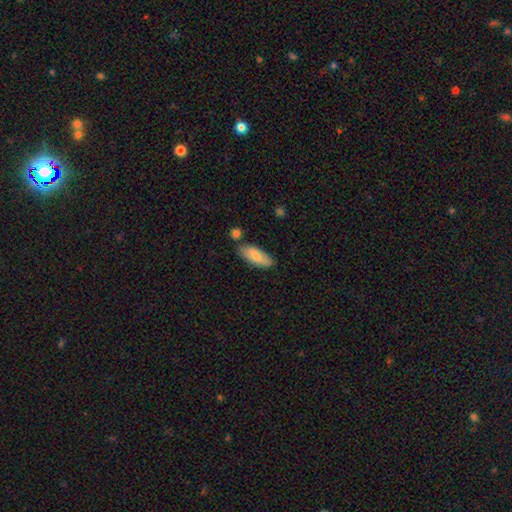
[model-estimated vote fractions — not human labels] smooth_or_featured: smooth (p=0.76) [alt: featured or disk p=0.18]
how_rounded: in between (p=0.77) [alt: cigar-shaped p=0.21]
merging: none (p=0.73) [alt: minor disturbance p=0.17]